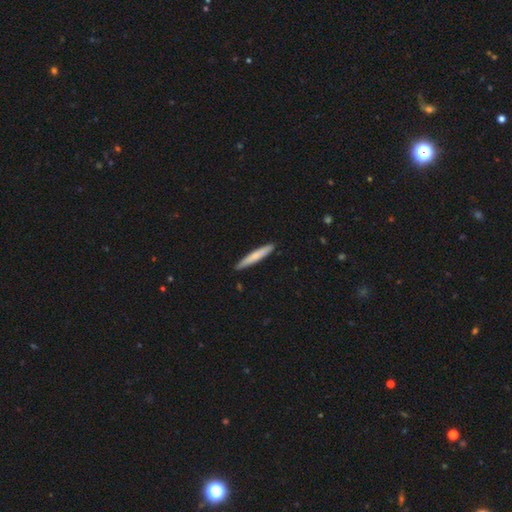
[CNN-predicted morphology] A smooth galaxy with no disk features (72%) that is cigar-shaped (95%). Merging: none (90%).